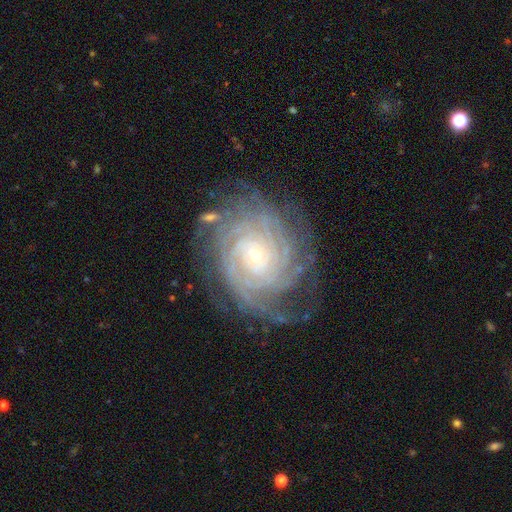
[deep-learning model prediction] Smooth or featured?
  - featured or disk: 90% *
  - star or artifact: 6%
  - smooth: 5%
Edge-on disk?
  - no: 97% *
  - yes: 3%
Bar?
  - no: 74% *
  - weak: 19%
  - strong: 7%
Spiral arms?
  - yes: 98% *
  - no: 2%
Spiral winding?
  - tight: 83% *
  - medium: 14%
  - loose: 3%
Spiral arm count?
  - can't tell: 24% * (tied)
  - 4: 24% * (tied)
  - more than 4: 24% * (tied)
  - 3: 12%
  - 2: 9%
  - 1: 7%
Bulge size?
  - small: 79% *
  - moderate: 17%
  - large: 2%
  - none: 1%
  - dominant: 1%
Merging?
  - none: 74% *
  - minor disturbance: 17%
  - major disturbance: 8%
  - merger: 2%